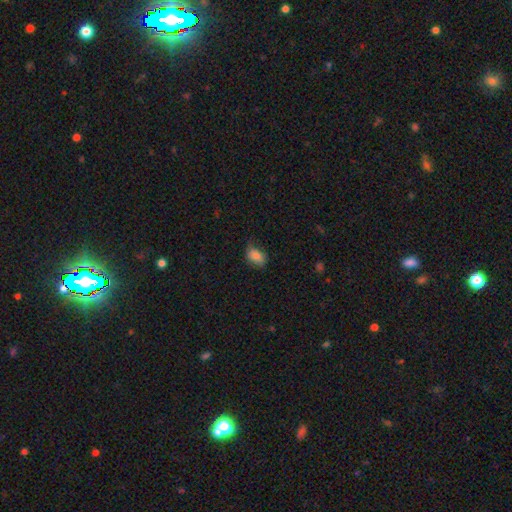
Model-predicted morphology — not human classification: Smooth or featured?
  - smooth: 82% *
  - featured or disk: 9%
  - star or artifact: 9%
How rounded?
  - in between: 81% *
  - round: 18%
  - cigar-shaped: 1%
Merging?
  - none: 63% *
  - minor disturbance: 28%
  - major disturbance: 7%
  - merger: 1%